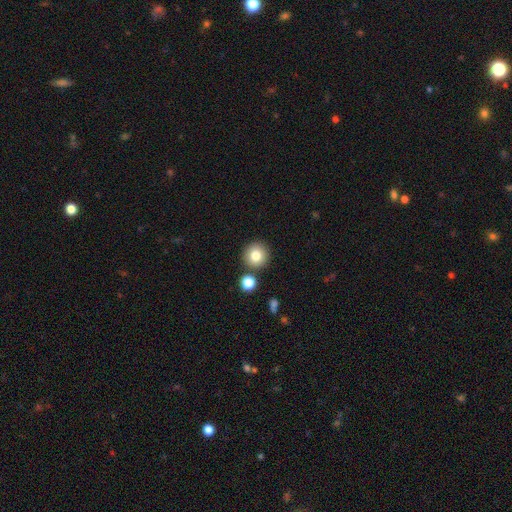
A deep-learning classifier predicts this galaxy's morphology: A smooth galaxy with no disk features (82%) that is round (93%). Merging: none (83%).